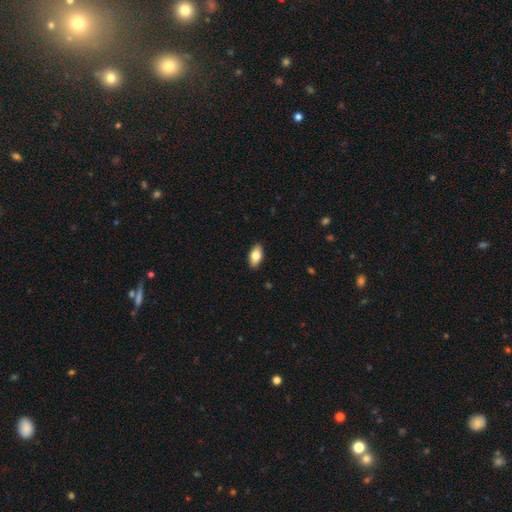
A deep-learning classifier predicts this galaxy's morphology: Q: Smooth or featured?
A: smooth (81%); runner-up: featured or disk (12%)
Q: How rounded?
A: in between (92%); runner-up: cigar-shaped (4%)
Q: Merging?
A: none (89%); runner-up: minor disturbance (8%)